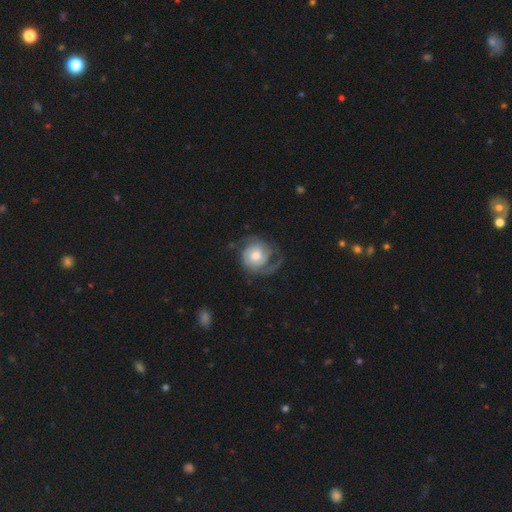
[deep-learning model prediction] smooth_or_featured: featured or disk (p=0.76) [alt: smooth p=0.19]
disk_edge_on: no (p=0.98) [alt: yes p=0.02]
bar: no (p=0.75) [alt: weak p=0.21]
has_spiral_arms: yes (p=0.93) [alt: no p=0.07]
spiral_winding: tight (p=0.45) [alt: medium p=0.36]
spiral_arm_count: 2 (p=0.56) [alt: can't tell p=0.15]
bulge_size: moderate (p=0.57) [alt: large p=0.21]
merging: none (p=0.57) [alt: major disturbance p=0.21]